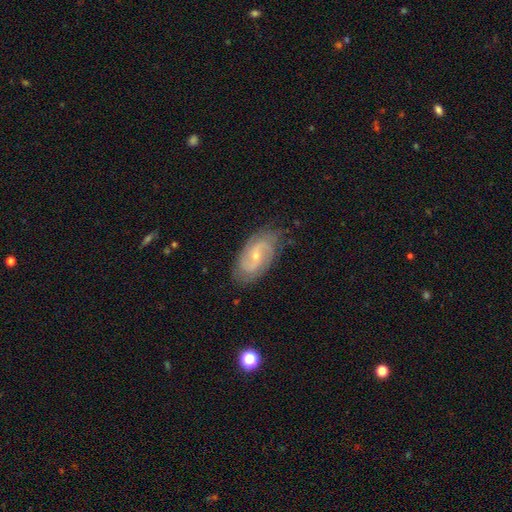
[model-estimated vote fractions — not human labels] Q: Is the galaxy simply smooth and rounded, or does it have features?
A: featured or disk — 84%.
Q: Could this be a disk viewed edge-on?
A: no — 96%.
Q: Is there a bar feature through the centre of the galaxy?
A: no — 48%.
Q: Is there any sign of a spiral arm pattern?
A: yes — 96%.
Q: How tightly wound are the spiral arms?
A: medium — 48%.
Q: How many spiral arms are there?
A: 2 — 77%.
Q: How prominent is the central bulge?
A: small — 69%.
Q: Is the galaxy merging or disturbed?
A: none — 79%.